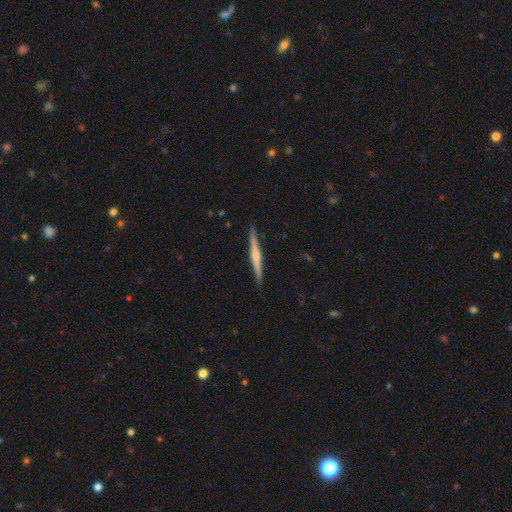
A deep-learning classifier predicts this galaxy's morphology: Smooth or featured? featured or disk (68%)
Edge-on disk? yes (98%)
Edge-on bulge? rounded (76%)
Merging? none (91%)